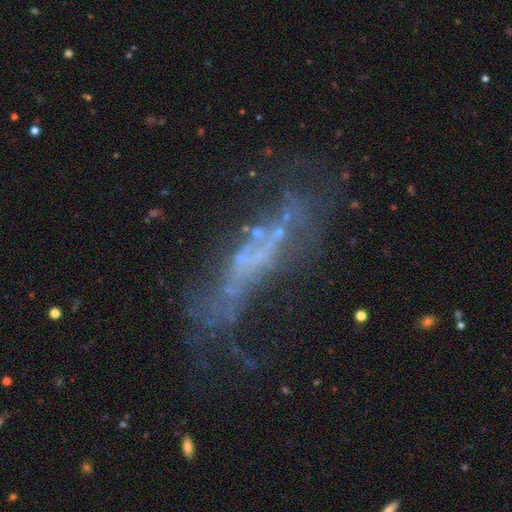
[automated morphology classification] A featured or disk galaxy (58%). Merging: none (39%).